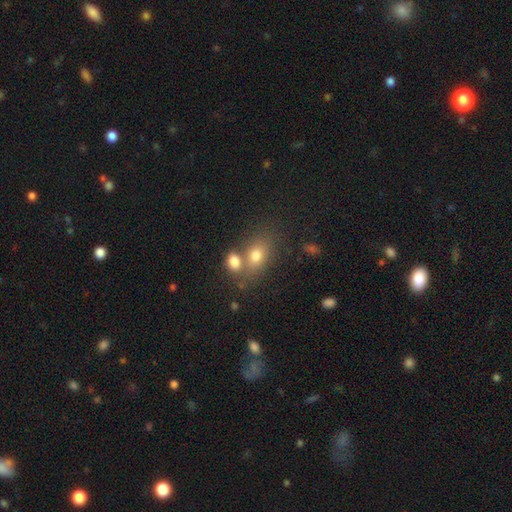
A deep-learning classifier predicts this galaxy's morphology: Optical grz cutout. It shows a smooth galaxy with no disk features (72%) that is in between round and cigar-shaped (68%). Merging: none (44%).